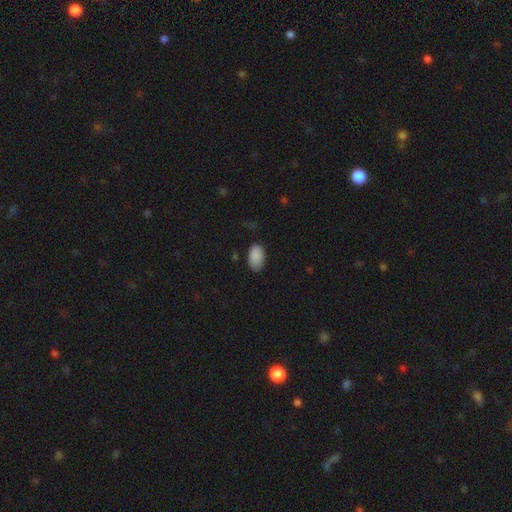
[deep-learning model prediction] A smooth galaxy with no disk features (89%) that is in between round and cigar-shaped (93%).

Vote fractions:
- Smooth or featured? smooth: 89% / star or artifact: 7% / featured or disk: 4%
- How rounded? in between: 93% / round: 6% / cigar-shaped: 1%
- Merging? none: 75% / minor disturbance: 20% / major disturbance: 4% / merger: 1%